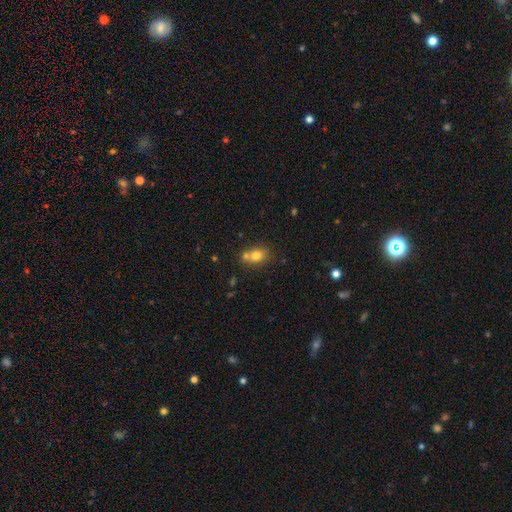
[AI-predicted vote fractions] Smooth or featured? smooth (76%)
How rounded? in between (55%)
Merging? none (50%)